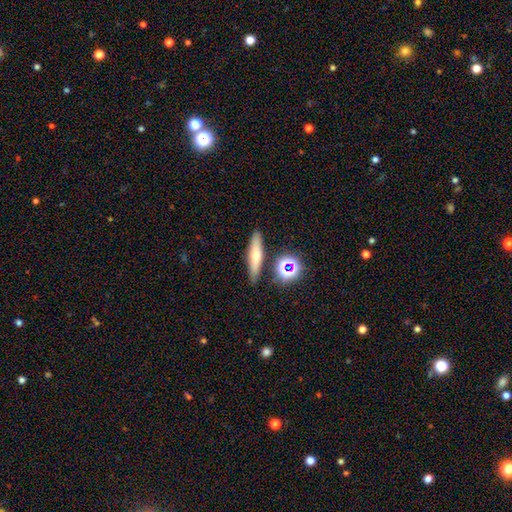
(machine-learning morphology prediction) smooth-or-featured: smooth: 50% | featured or disk: 34% | star or artifact: 16%
  merging: none: 84% | minor disturbance: 9% | merger: 5% | major disturbance: 2%